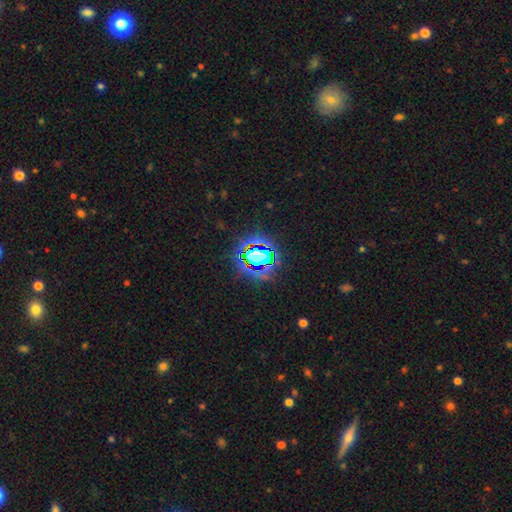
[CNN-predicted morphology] Smooth or featured: star or artifact — 70% (smooth — 17%)